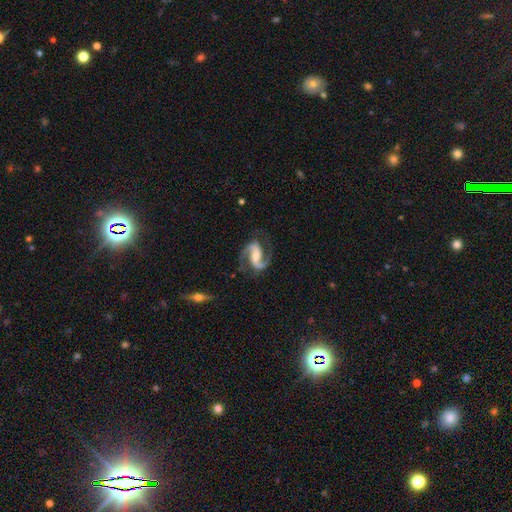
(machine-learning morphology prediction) smooth_or_featured: featured or disk (p=0.92) [alt: star or artifact p=0.04]
disk_edge_on: no (p=0.98) [alt: yes p=0.02]
bar: weak (p=0.38) [alt: strong p=0.32]
has_spiral_arms: yes (p=0.98) [alt: no p=0.02]
spiral_winding: medium (p=0.58) [alt: loose p=0.28]
spiral_arm_count: 2 (p=0.94) [alt: 1 p=0.02]
bulge_size: moderate (p=0.45) [alt: small p=0.37]
merging: none (p=0.78) [alt: minor disturbance p=0.14]